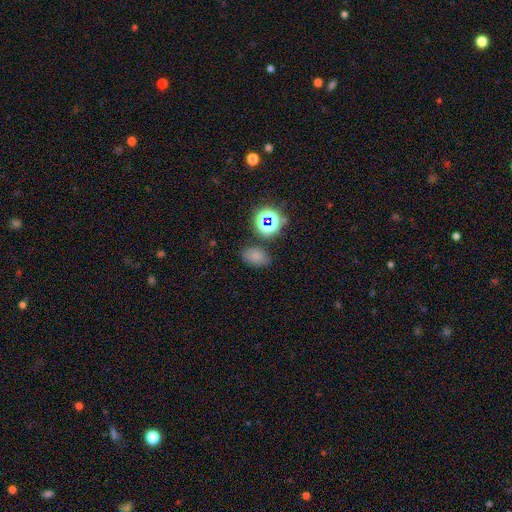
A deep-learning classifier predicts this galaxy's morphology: Smooth or featured: smooth — 70% (star or artifact — 22%)
How rounded: in between — 83% (round — 16%)
Merging: none — 76% (minor disturbance — 14%)